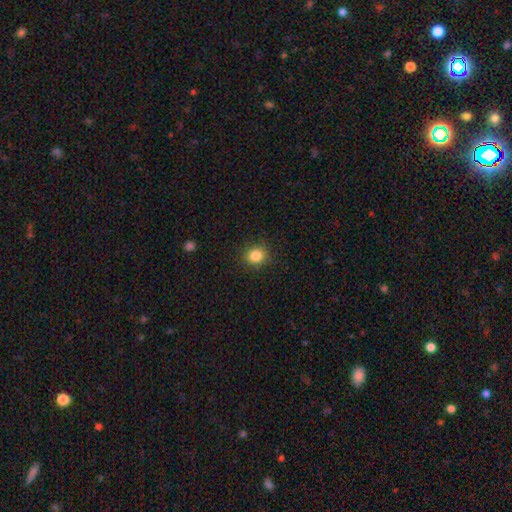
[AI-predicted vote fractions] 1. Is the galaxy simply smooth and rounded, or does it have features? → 85% smooth, 11% star or artifact, 5% featured or disk.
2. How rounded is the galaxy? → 77% round, 22% in between, 1% cigar-shaped.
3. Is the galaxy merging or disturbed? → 88% none, 9% minor disturbance, 3% major disturbance, 1% merger.